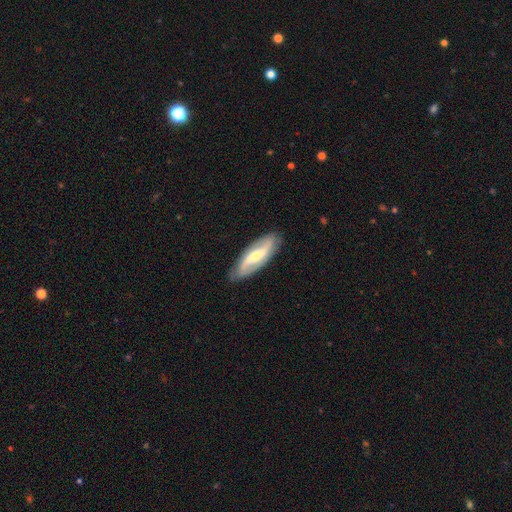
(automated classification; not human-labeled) smooth_or_featured: featured or disk (p=0.74) [alt: smooth p=0.21]
disk_edge_on: no (p=0.87) [alt: yes p=0.13]
bar: strong (p=0.41) [alt: weak p=0.39]
has_spiral_arms: yes (p=0.89) [alt: no p=0.11]
spiral_winding: loose (p=0.57) [alt: medium p=0.29]
spiral_arm_count: 2 (p=0.90) [alt: can't tell p=0.05]
bulge_size: moderate (p=0.50) [alt: small p=0.41]
merging: none (p=0.85) [alt: minor disturbance p=0.12]